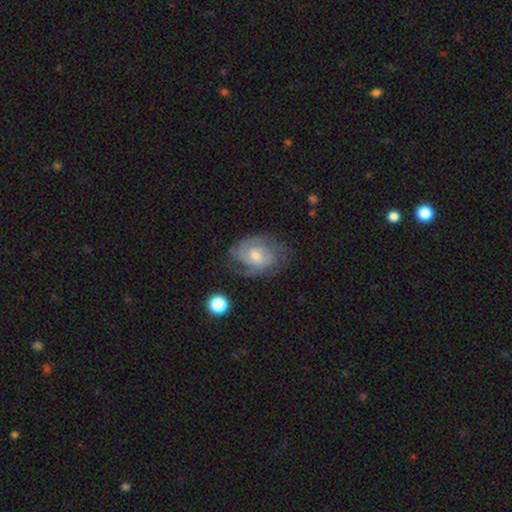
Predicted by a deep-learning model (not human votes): A featured or disk galaxy (77%) with no bar (52%), 2 (41%) tight (51%) spiral arms (93%) and a moderate central bulge (49%). Merging: none (65%).